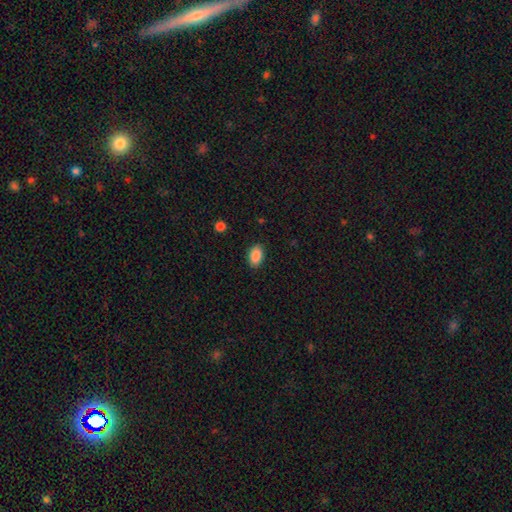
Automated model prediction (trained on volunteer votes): Smooth or featured?
  - smooth: 89% *
  - star or artifact: 7%
  - featured or disk: 4%
How rounded?
  - in between: 92% *
  - round: 6%
  - cigar-shaped: 2%
Merging?
  - none: 88% *
  - minor disturbance: 9%
  - major disturbance: 2%
  - merger: 1%